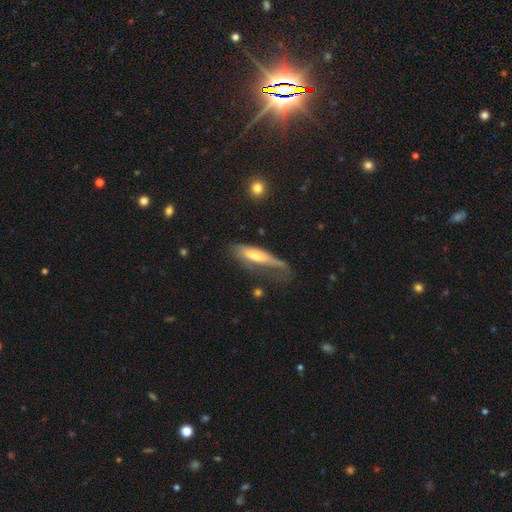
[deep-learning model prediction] smooth 53%, featured or disk 41%, star or artifact 6%. Down the decision tree: how rounded — cigar-shaped (64%); merging — major disturbance (35%).